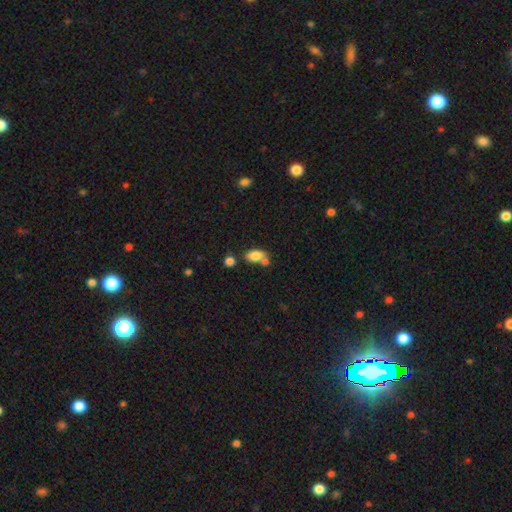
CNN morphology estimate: type=smooth (82%); roundness=in between (89%); merging=none (50%).